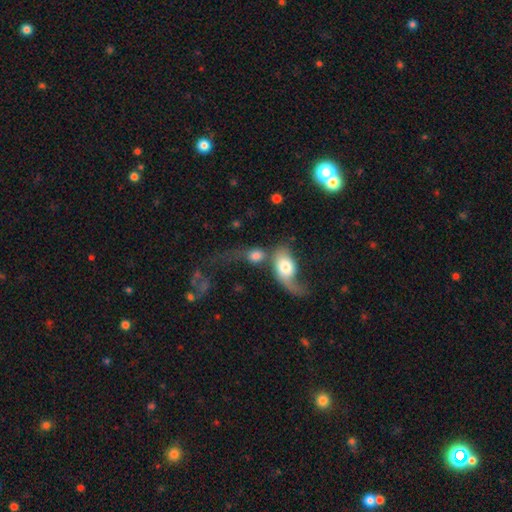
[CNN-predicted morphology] smooth-or-featured: smooth: 68% | featured or disk: 24% | star or artifact: 8%
  how-rounded: in between: 72% | round: 24% | cigar-shaped: 5%
  merging: merger: 56% | major disturbance: 22% | none: 14% | minor disturbance: 9%